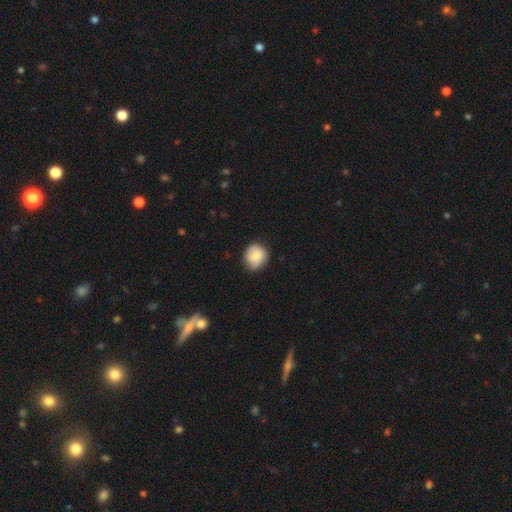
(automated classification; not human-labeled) This appears to be a smooth galaxy with no disk features (82%) that is round (86%). Merging: none (76%).